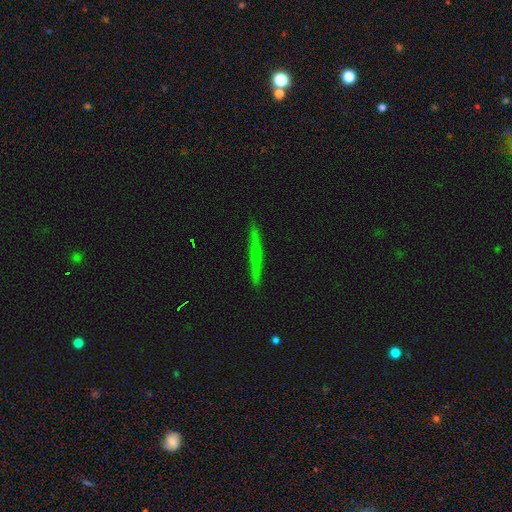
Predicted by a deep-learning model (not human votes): Smooth or featured? smooth (55%)
How rounded? cigar-shaped (96%)
Merging? none (89%)